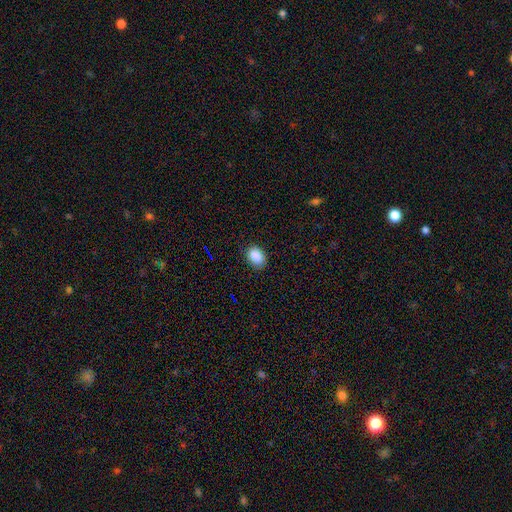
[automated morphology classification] Smooth or featured? Predicted: smooth (p=0.87). How rounded? Predicted: in between (p=0.72). Merging? Predicted: none (p=0.85).